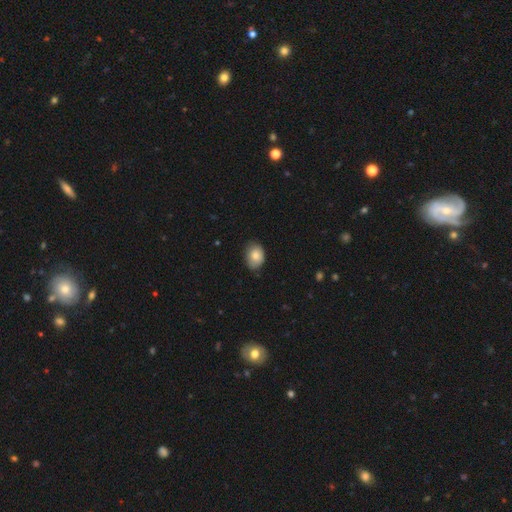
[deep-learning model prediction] Overall: smooth (82%). How rounded: in between (72%). Merging: none (72%).